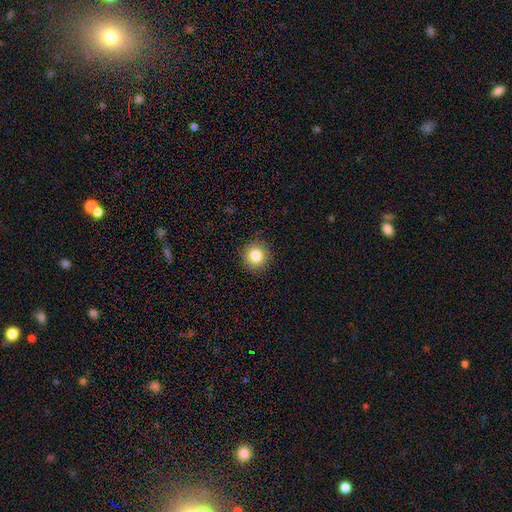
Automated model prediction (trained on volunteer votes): A smooth galaxy with no disk features (83%) that is round (93%). Merging: none (91%).